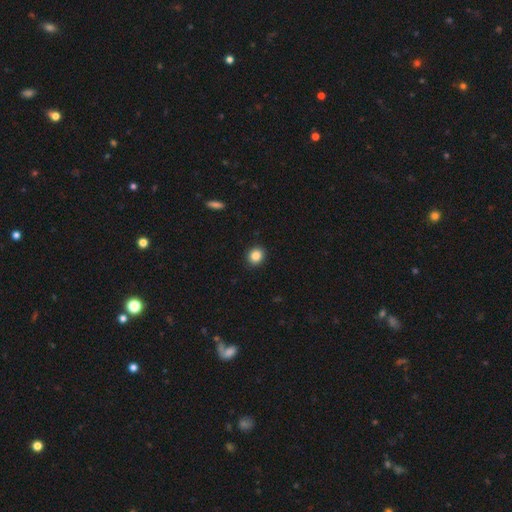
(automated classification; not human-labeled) Morphology: type=smooth (86%); roundness=round (75%); merging=none (91%).